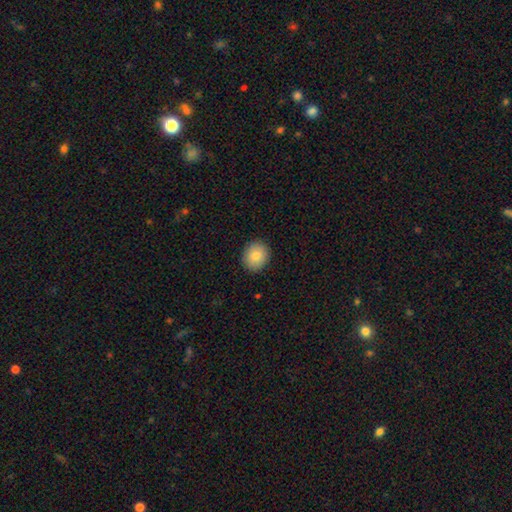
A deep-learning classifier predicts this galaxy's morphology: A smooth galaxy with no disk features (84%) that is round (67%). Merging: none (90%).